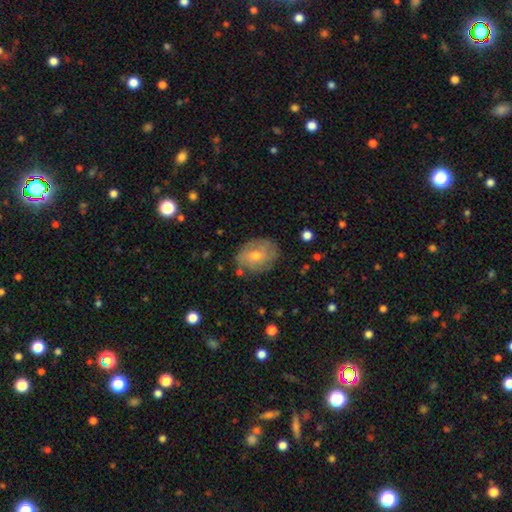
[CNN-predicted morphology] This appears to be a smooth galaxy with no disk features (47%). Merging: none (73%).